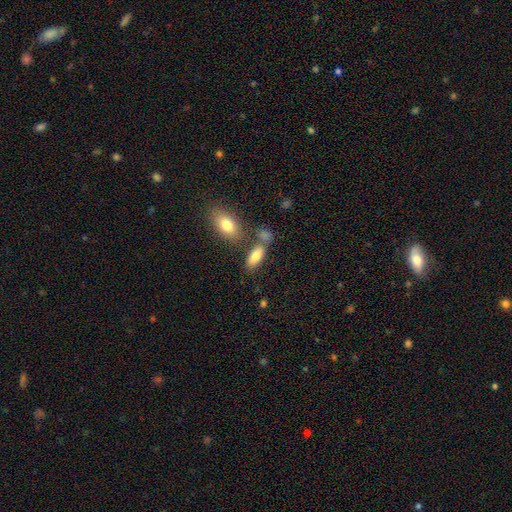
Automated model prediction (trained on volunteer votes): This appears to be a smooth galaxy with no disk features (80%) that is in between round and cigar-shaped (83%). Merging: none (61%).